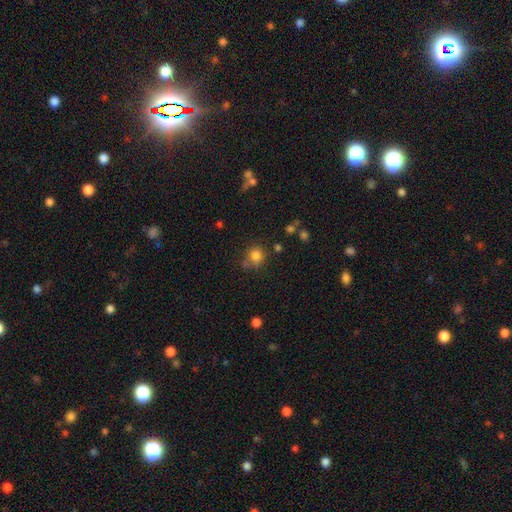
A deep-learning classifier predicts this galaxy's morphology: Q: Smooth or featured?
A: smooth (80%); runner-up: star or artifact (13%)
Q: How rounded?
A: round (86%); runner-up: in between (13%)
Q: Merging?
A: none (67%); runner-up: minor disturbance (15%)